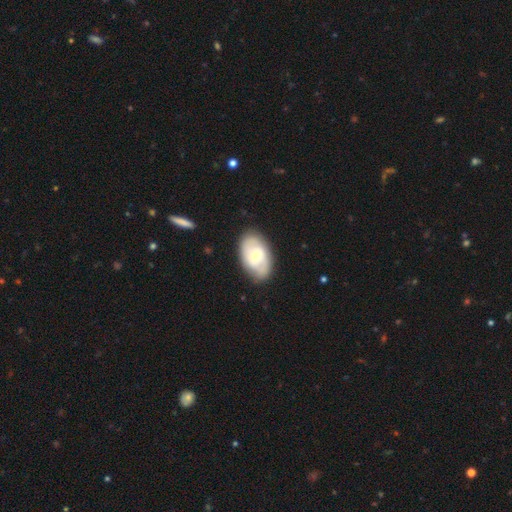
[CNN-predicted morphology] This appears to be a smooth galaxy with no disk features (51%) that is in between round and cigar-shaped (91%). Merging: none (81%).